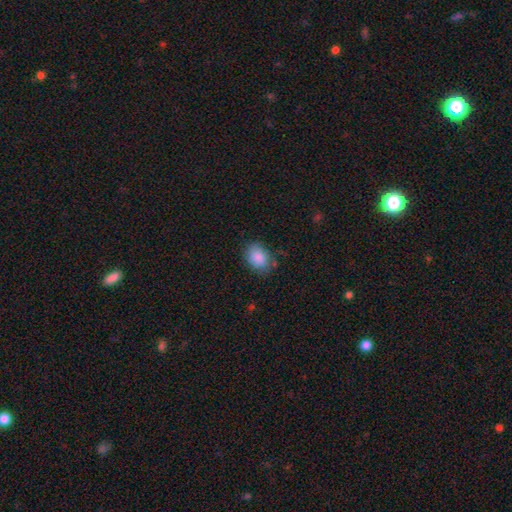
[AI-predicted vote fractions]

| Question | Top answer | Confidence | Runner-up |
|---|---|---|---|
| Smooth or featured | smooth | 87% | star or artifact (8%) |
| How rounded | in between | 60% | round (39%) |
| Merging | none | 73% | minor disturbance (20%) |